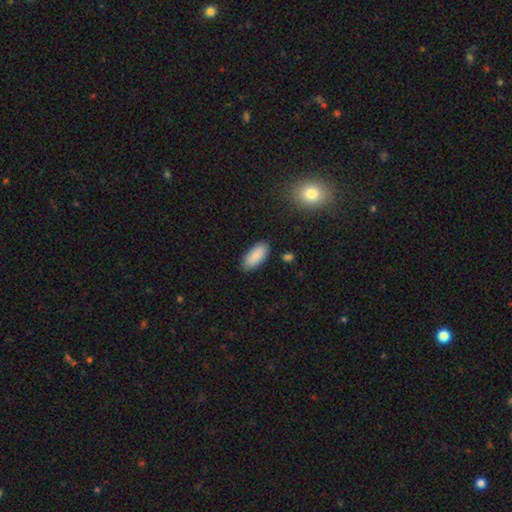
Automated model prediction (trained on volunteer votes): Smooth or featured: smooth — 89% (star or artifact — 6%)
How rounded: in between — 90% (cigar-shaped — 8%)
Merging: none — 87% (minor disturbance — 10%)